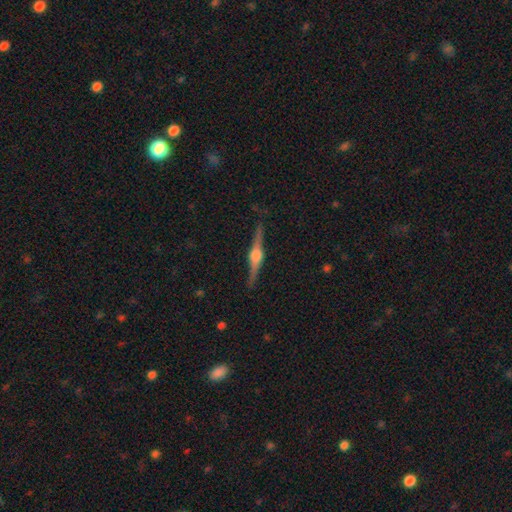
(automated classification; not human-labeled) This appears to be a featured or disk galaxy (85%) viewed edge-on (98%) with a rounded central bulge (91%). Merging: none (89%).